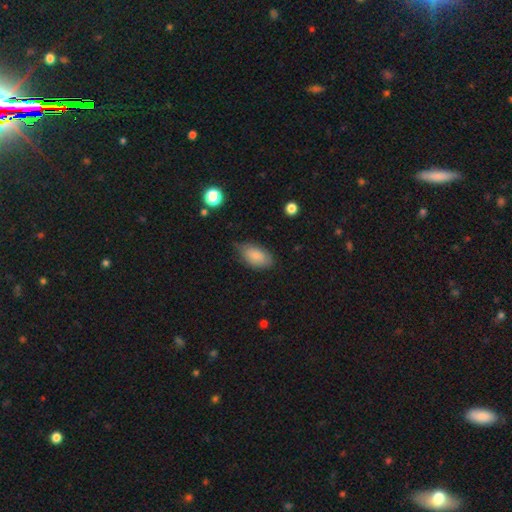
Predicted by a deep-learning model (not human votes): A smooth galaxy with no disk features (84%) that is in between round and cigar-shaped (93%). Merging: none (64%).